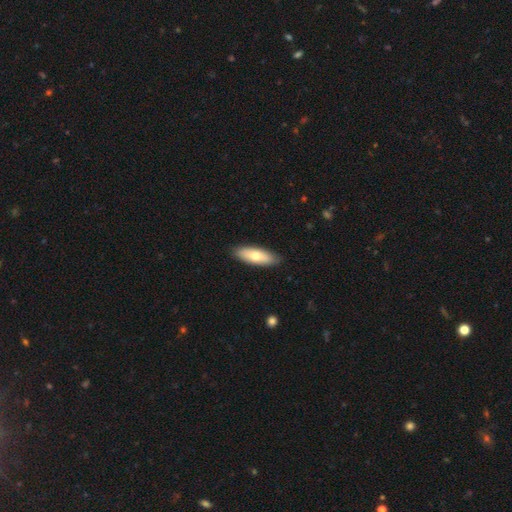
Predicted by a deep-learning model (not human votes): This is likely a smooth galaxy (68%). How rounded: likely in between (66%). Merging: clearly none (88%).